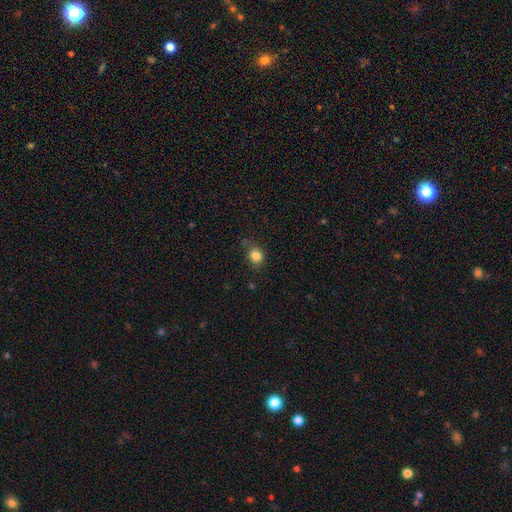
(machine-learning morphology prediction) This appears to be a smooth galaxy with no disk features (83%) that is round (75%). Merging: none (77%).